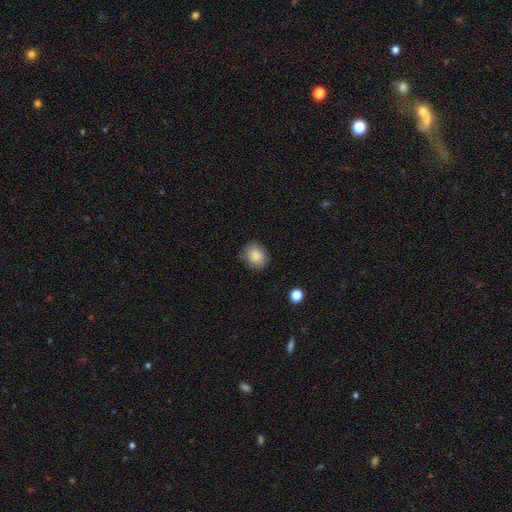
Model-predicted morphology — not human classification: smooth-or-featured: smooth: 86% | star or artifact: 8% | featured or disk: 5%
  how-rounded: round: 52% | in between: 47% | cigar-shaped: 1%
  merging: none: 80% | minor disturbance: 15% | major disturbance: 3% | merger: 1%